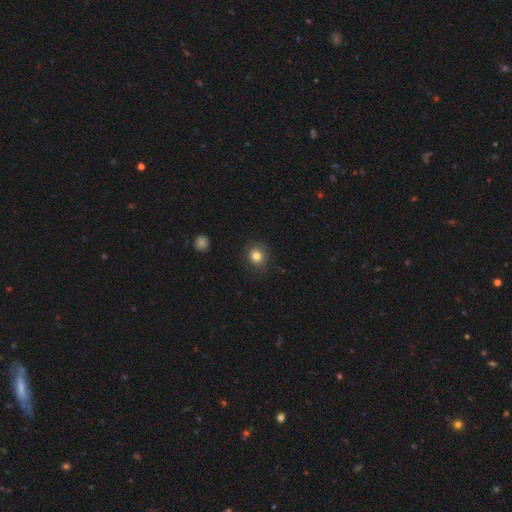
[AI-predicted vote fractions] Smooth or featured? smooth (82%)
How rounded? round (82%)
Merging? none (83%)